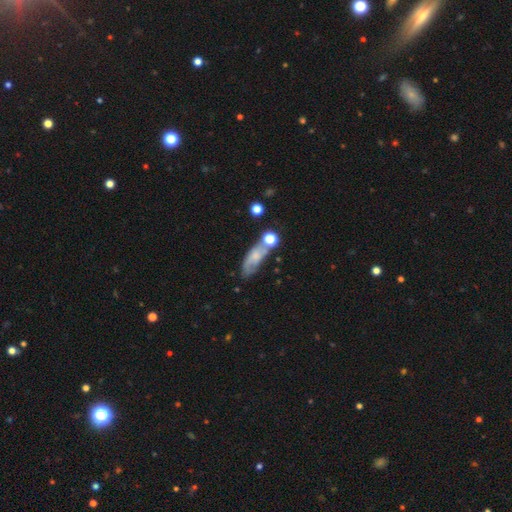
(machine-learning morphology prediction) This appears to be a smooth galaxy with no disk features (52%) that is in between round and cigar-shaped (63%). Merging: none (45%).